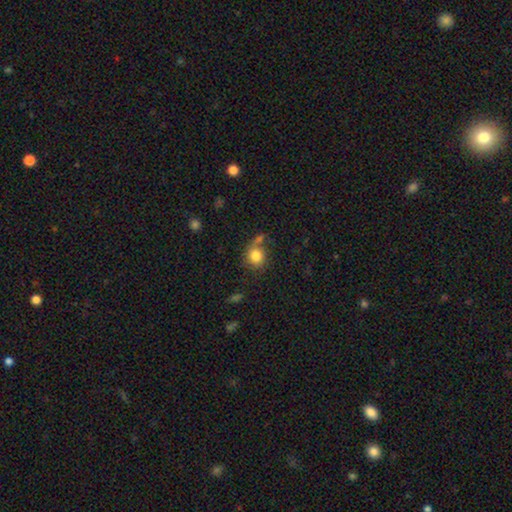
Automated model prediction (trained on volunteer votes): Smooth or featured? Predicted: smooth (p=0.82). How rounded? Predicted: round (p=0.79). Merging? Predicted: none (p=0.58).